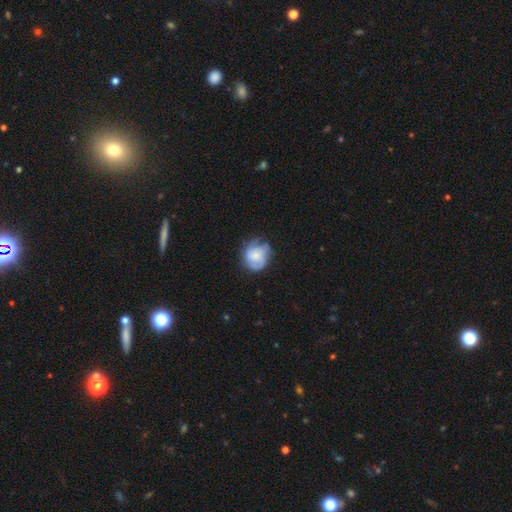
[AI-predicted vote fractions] This appears to be a featured or disk galaxy (50%). Merging: none (61%).